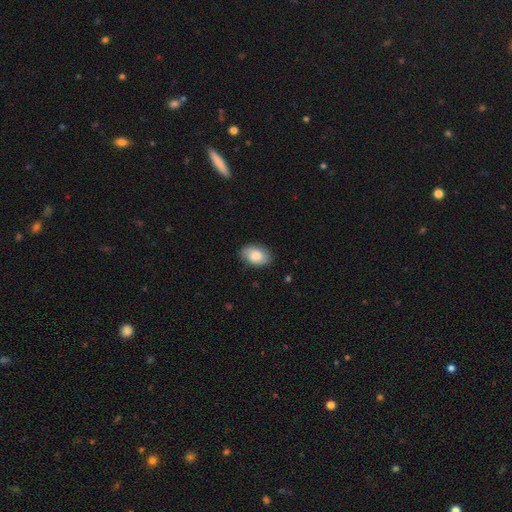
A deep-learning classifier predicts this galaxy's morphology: smooth-or-featured: smooth: 81% | featured or disk: 13% | star or artifact: 6%
  how-rounded: in between: 88% | round: 10% | cigar-shaped: 1%
  merging: none: 83% | minor disturbance: 13% | major disturbance: 3% | merger: 1%